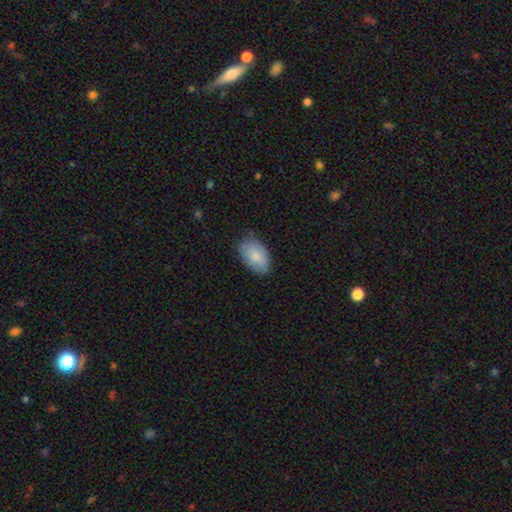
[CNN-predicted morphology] This appears to be a smooth galaxy with no disk features (80%) that is in between round and cigar-shaped (93%). Merging: none (72%).